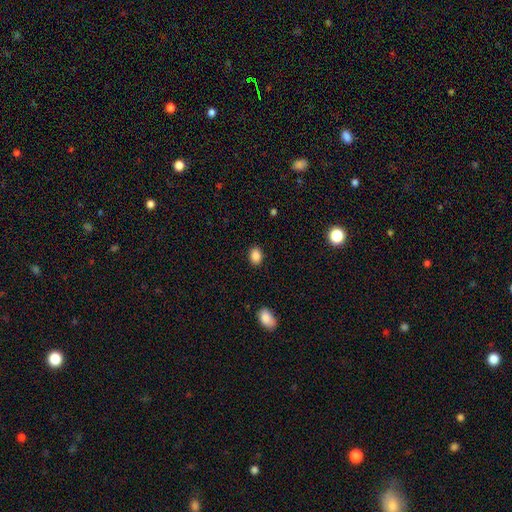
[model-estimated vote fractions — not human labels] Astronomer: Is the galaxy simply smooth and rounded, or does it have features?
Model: smooth — 87%.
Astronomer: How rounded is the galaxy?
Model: in between — 71%.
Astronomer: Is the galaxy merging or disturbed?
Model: none — 89%.